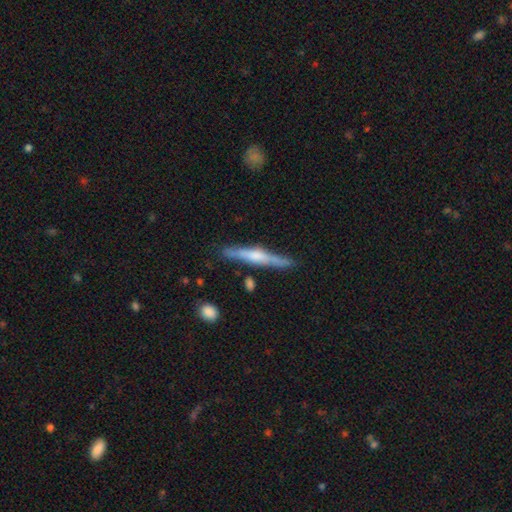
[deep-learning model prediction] featured or disk 63%, smooth 31%, star or artifact 6%. Down the decision tree: edge-on disk — yes (96%); edge-on bulge — rounded (59%); merging — none (82%).